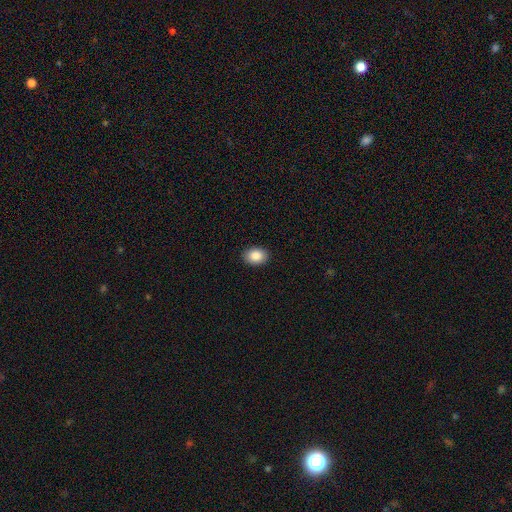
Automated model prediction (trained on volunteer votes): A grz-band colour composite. It shows a smooth galaxy with no disk features (88%) that is in between round and cigar-shaped (72%). Merging: none (90%).